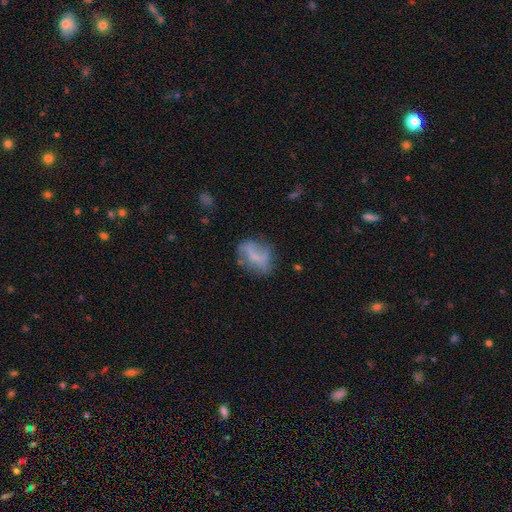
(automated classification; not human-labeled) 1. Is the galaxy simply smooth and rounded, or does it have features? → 46% smooth, 44% featured or disk, 10% star or artifact.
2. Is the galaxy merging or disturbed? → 51% none, 27% minor disturbance, 17% major disturbance, 4% merger.